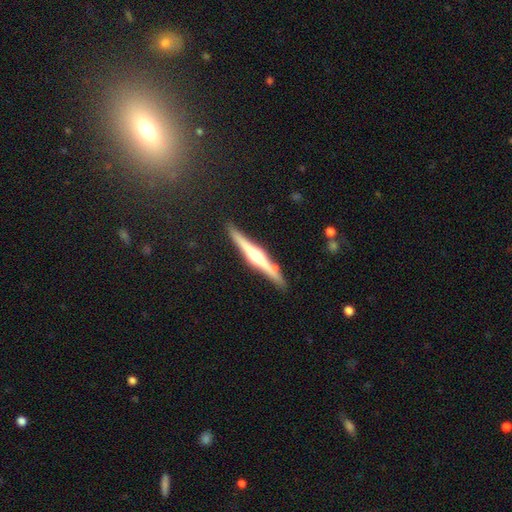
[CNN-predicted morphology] The model was most divided on "smooth or featured": featured or disk: 75%, smooth: 20%, star or artifact: 5%. More confident: edge-on disk — yes (98%); edge-on bulge — rounded (90%); merging — none (86%).